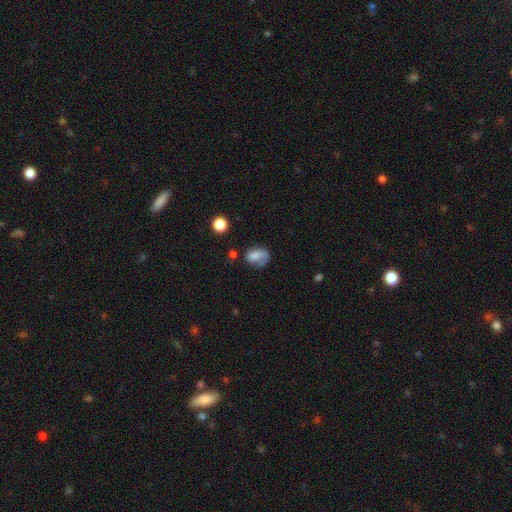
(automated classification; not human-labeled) Smooth or featured? smooth (58%)
How rounded? in between (67%)
Merging? none (41%)